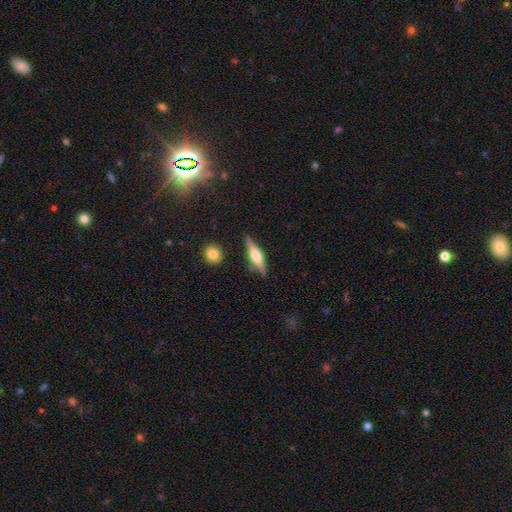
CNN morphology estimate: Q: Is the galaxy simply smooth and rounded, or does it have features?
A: featured or disk — 62%.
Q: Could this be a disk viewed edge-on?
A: yes — 96%.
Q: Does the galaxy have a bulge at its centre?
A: rounded — 87%.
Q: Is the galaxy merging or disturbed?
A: none — 84%.